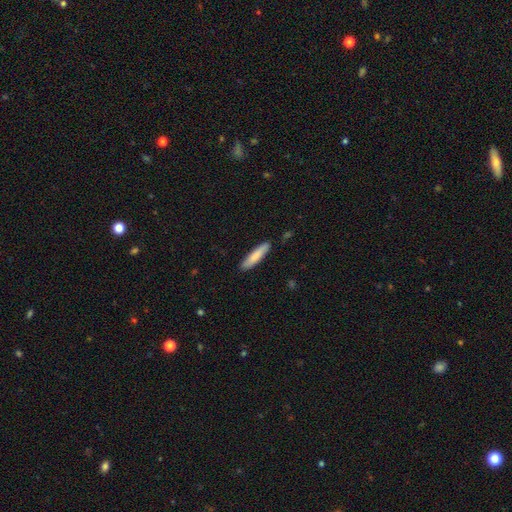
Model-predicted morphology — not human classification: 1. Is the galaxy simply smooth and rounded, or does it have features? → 82% smooth, 13% featured or disk, 5% star or artifact.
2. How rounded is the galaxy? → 81% cigar-shaped, 18% in between, 1% round.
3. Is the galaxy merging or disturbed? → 88% none, 9% minor disturbance, 2% major disturbance, 1% merger.